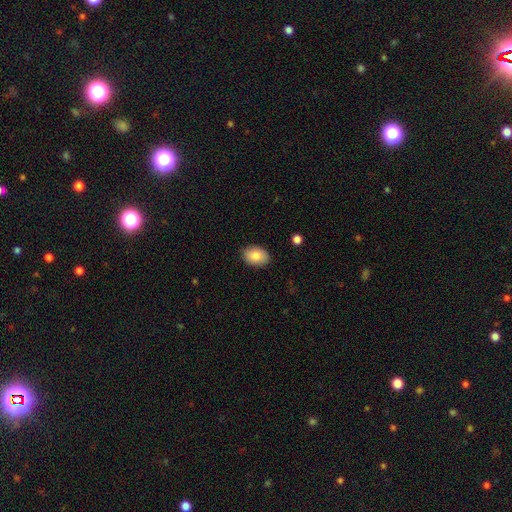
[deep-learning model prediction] A smooth galaxy with no disk features (85%) that is in between round and cigar-shaped (83%).

Vote fractions:
- Smooth or featured? smooth: 85% / featured or disk: 8% / star or artifact: 7%
- How rounded? in between: 83% / round: 16% / cigar-shaped: 1%
- Merging? none: 88% / minor disturbance: 9% / major disturbance: 2% / merger: 1%